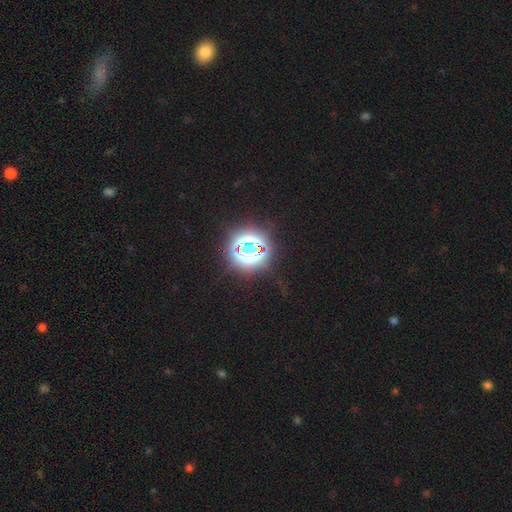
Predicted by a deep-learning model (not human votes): smooth_or_featured: star or artifact (p=0.74) [alt: smooth p=0.16]